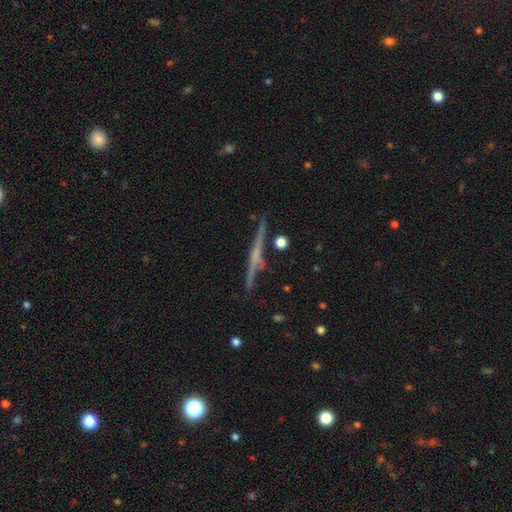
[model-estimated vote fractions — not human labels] This is likely a featured or disk galaxy (74%). It is clearly viewed edge-on (97%). Edge-on bulge: possibly rounded (46%). Merging: clearly none (84%).